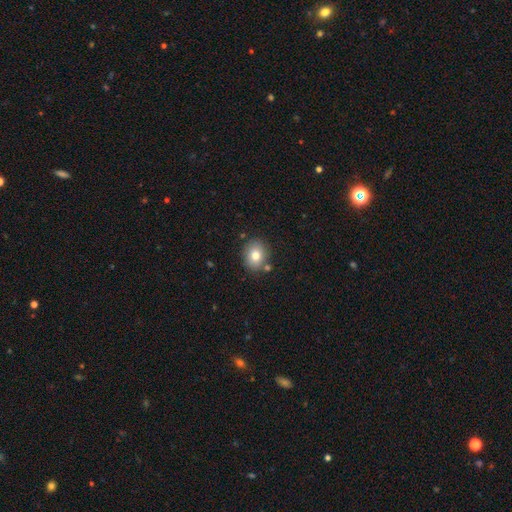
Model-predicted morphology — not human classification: smooth 78%, featured or disk 12%, star or artifact 10%. Down the decision tree: how rounded — round (61%); merging — none (80%).